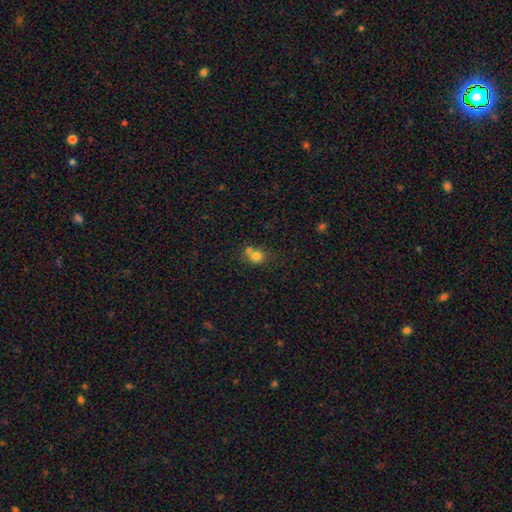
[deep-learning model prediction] Smooth or featured? smooth (77%)
How rounded? round (74%)
Merging? merger (46%)